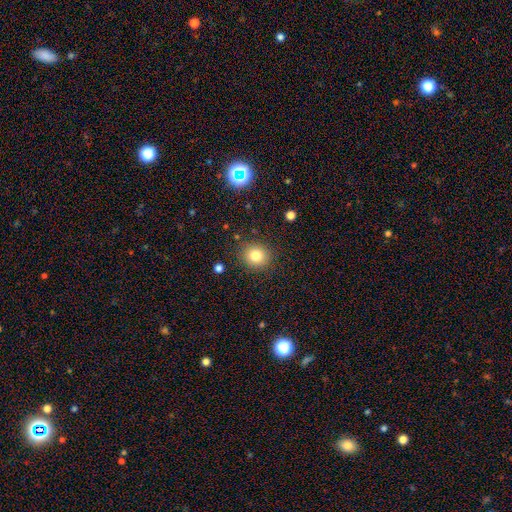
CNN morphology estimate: Smooth or featured? Predicted: smooth (p=0.80). How rounded? Predicted: round (p=0.81). Merging? Predicted: none (p=0.88).